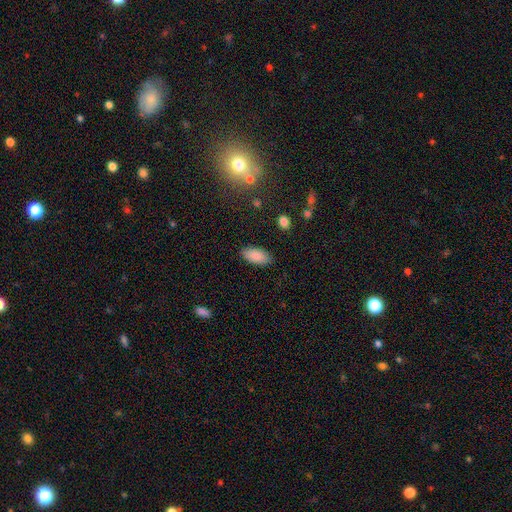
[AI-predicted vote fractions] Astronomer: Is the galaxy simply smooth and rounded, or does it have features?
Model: smooth — 88%.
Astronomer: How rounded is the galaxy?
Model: in between — 92%.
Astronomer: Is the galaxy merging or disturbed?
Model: none — 88%.